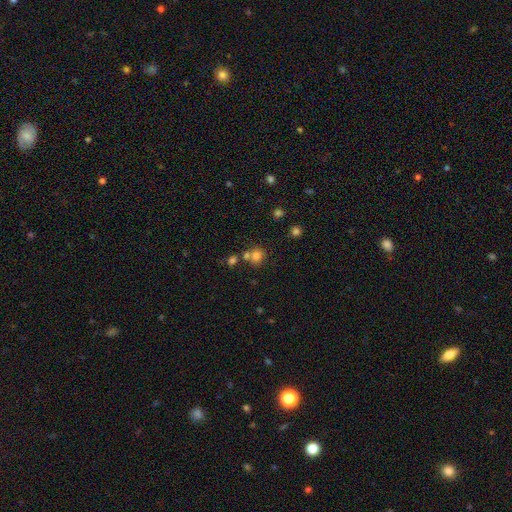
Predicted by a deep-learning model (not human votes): smooth_or_featured: smooth (p=0.76) [alt: star or artifact p=0.16]
how_rounded: round (p=0.82) [alt: in between p=0.17]
merging: none (p=0.55) [alt: merger p=0.31]